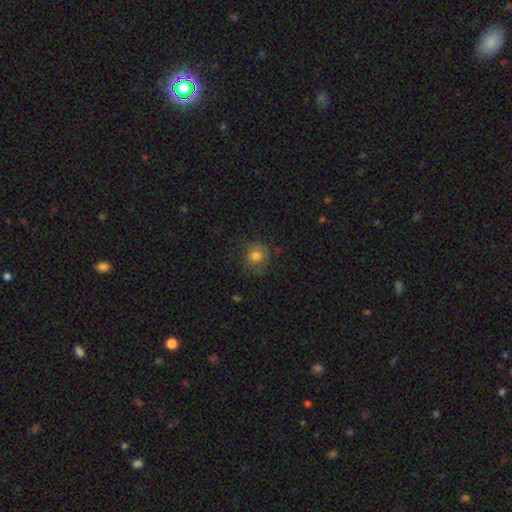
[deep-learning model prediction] smooth-or-featured: smooth: 77% | featured or disk: 13% | star or artifact: 11%
  how-rounded: round: 82% | in between: 17% | cigar-shaped: 1%
  merging: none: 68% | minor disturbance: 21% | major disturbance: 10% | merger: 1%